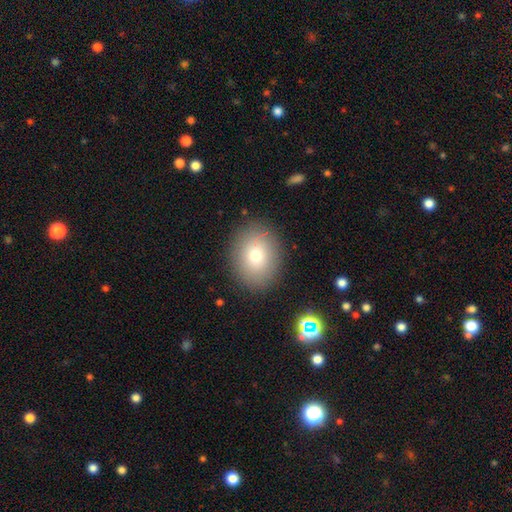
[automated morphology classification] Smooth or featured? smooth (73%)
How rounded? in between (51%)
Merging? none (86%)